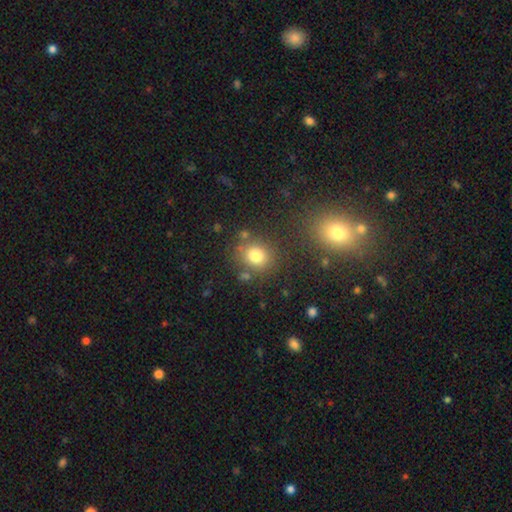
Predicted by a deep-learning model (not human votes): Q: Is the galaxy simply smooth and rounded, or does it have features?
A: smooth — 78%.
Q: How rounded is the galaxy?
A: round — 75%.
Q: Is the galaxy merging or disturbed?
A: none — 77%.